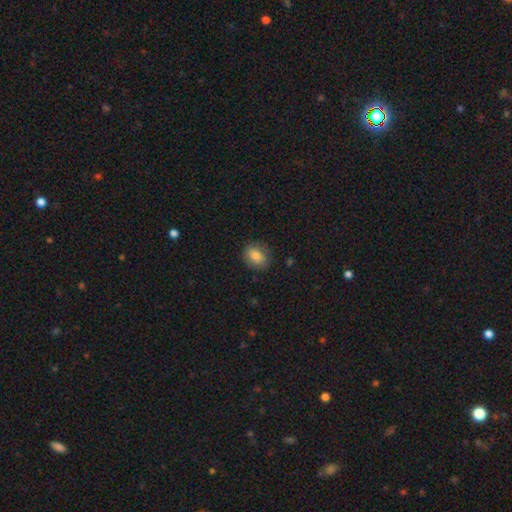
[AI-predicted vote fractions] smooth 83%, featured or disk 9%, star or artifact 8%. Down the decision tree: how rounded — in between (57%); merging — none (83%).